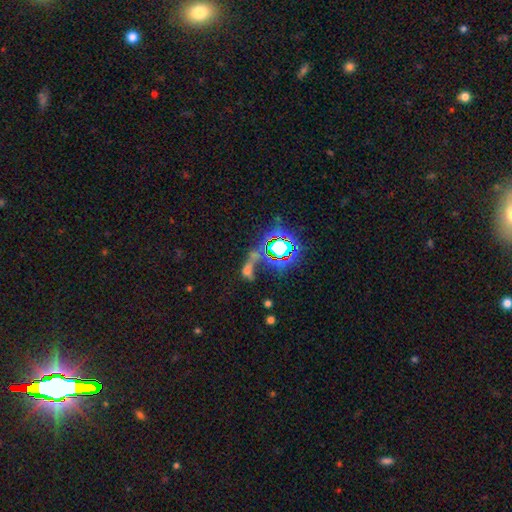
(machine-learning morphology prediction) Smooth or featured? Predicted: star or artifact (p=0.58).